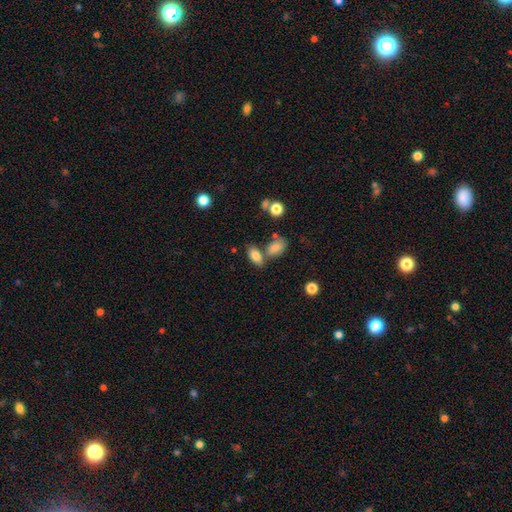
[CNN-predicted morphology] Q: Smooth or featured?
A: smooth (83%); runner-up: star or artifact (9%)
Q: How rounded?
A: in between (89%); runner-up: round (6%)
Q: Merging?
A: none (59%); runner-up: merger (24%)